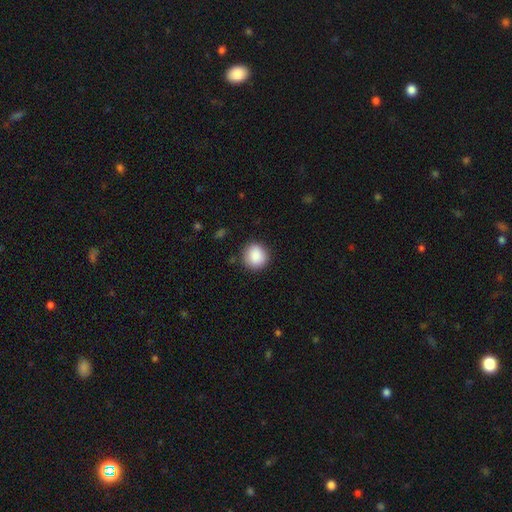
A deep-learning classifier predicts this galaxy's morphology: Smooth or featured? smooth (88%)
How rounded? round (91%)
Merging? none (89%)